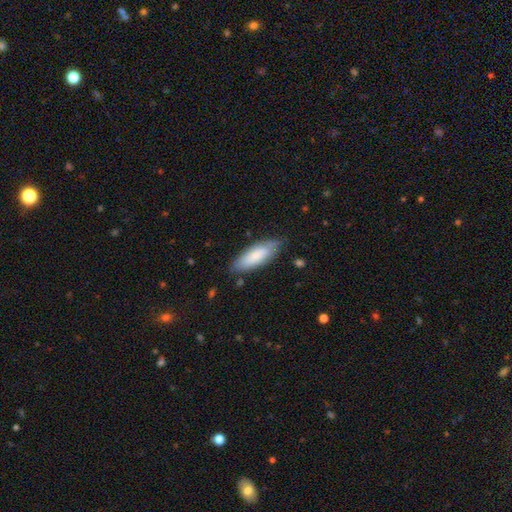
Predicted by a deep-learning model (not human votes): Morphology: type=smooth (77%); roundness=in between (63%); merging=none (76%).